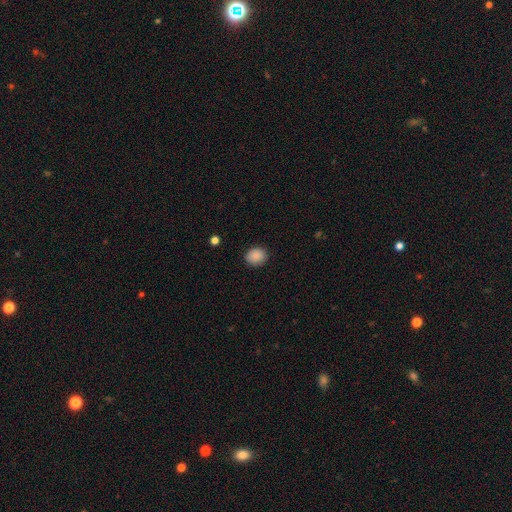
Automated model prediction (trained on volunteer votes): smooth_or_featured: smooth (p=0.89) [alt: star or artifact p=0.08]
how_rounded: round (p=0.62) [alt: in between p=0.37]
merging: none (p=0.88) [alt: minor disturbance p=0.09]